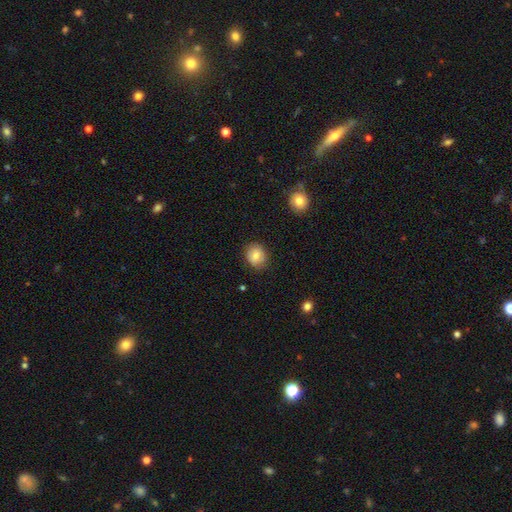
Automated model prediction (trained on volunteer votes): Morphology: type=smooth (77%); roundness=round (69%); merging=none (82%).